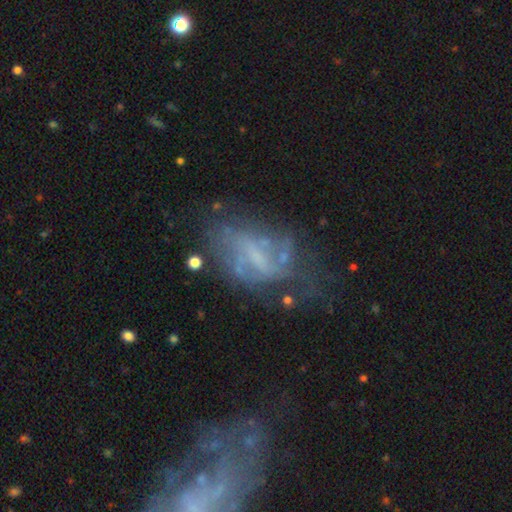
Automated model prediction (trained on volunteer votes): A featured or disk galaxy (63%) with no bar (46%), no spiral arms (51%) and no central bulge (55%). Merging: none (38%).